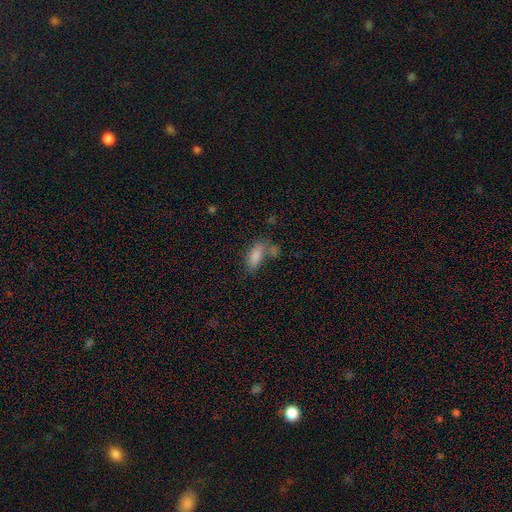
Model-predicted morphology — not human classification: The model was most divided on "merging": none: 46%, merger: 26%, minor disturbance: 18%, major disturbance: 10%. More confident: how rounded — in between (82%); smooth or featured — smooth (81%).